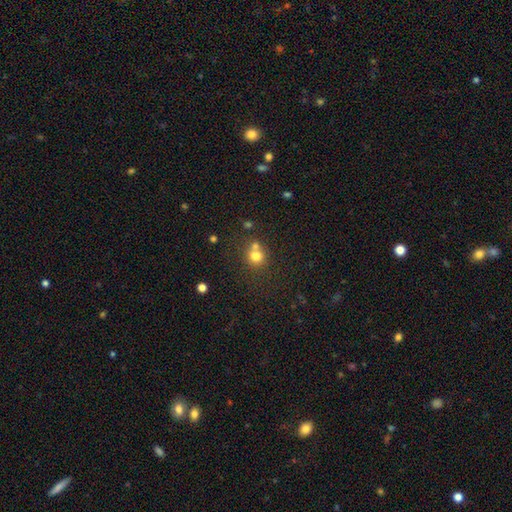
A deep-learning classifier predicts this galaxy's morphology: A smooth galaxy with no disk features (75%) that is round (85%).

Vote fractions:
- Smooth or featured? smooth: 75% / star or artifact: 15% / featured or disk: 10%
- How rounded? round: 85% / in between: 14% / cigar-shaped: 1%
- Merging? none: 52% / merger: 36% / minor disturbance: 8% / major disturbance: 3%